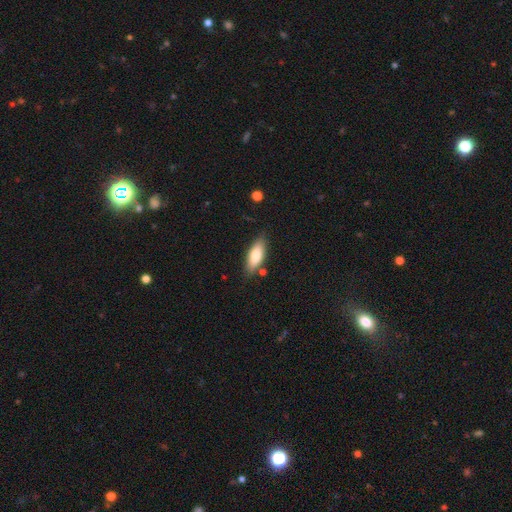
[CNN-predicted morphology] A smooth galaxy with no disk features (78%) that is in between round and cigar-shaped (72%).

Vote fractions:
- Smooth or featured? smooth: 78% / featured or disk: 16% / star or artifact: 6%
- How rounded? in between: 72% / cigar-shaped: 26% / round: 2%
- Merging? none: 80% / minor disturbance: 14% / merger: 4% / major disturbance: 3%